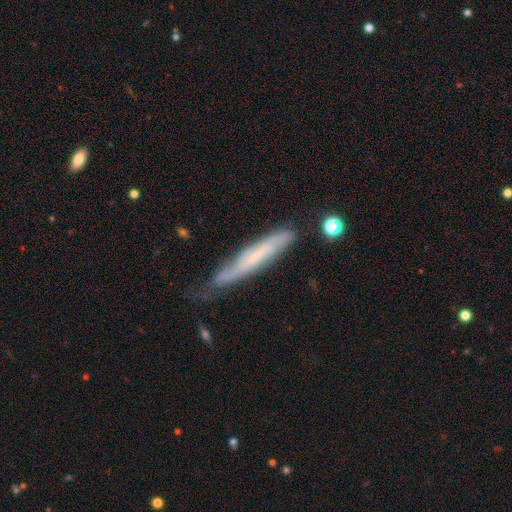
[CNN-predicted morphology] This is likely a featured or disk galaxy (61%). It is possibly viewed edge-on (53%). Merging: possibly none (55%).